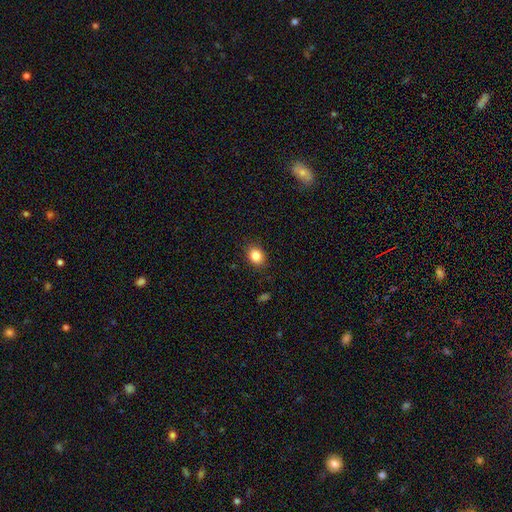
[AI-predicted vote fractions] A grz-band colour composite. It shows a smooth galaxy with no disk features (84%) that is in between round and cigar-shaped (54%). Merging: none (88%).